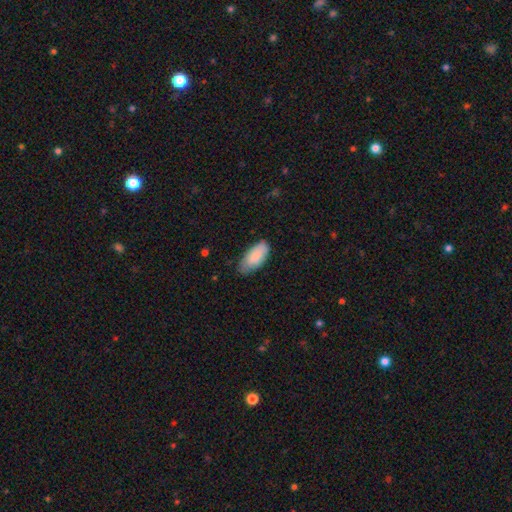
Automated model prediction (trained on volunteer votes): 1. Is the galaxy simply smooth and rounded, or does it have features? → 86% smooth, 8% featured or disk, 6% star or artifact.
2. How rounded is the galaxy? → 91% in between, 8% cigar-shaped, 2% round.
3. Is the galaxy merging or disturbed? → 66% none, 28% minor disturbance, 4% major disturbance, 1% merger.